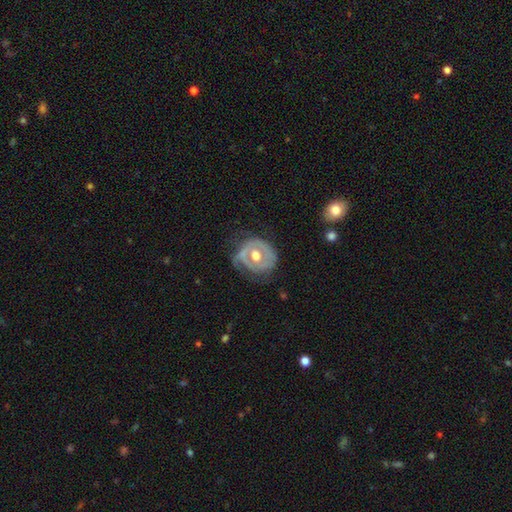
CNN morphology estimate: A featured or disk galaxy (69%) with no bar (66%), no spiral arms (51%) and a moderate central bulge (77%).

Vote fractions:
- Smooth or featured? featured or disk: 69% / smooth: 25% / star or artifact: 6%
- Edge-on disk? no: 96% / yes: 4%
- Bar? no: 66% / weak: 26% / strong: 8%
- Spiral arms? no: 51% / yes: 49%
- Bulge size? moderate: 77% / large: 12% / small: 8% / none: 1% / dominant: 1%
- Merging? none: 54% / minor disturbance: 27% / major disturbance: 17% / merger: 2%